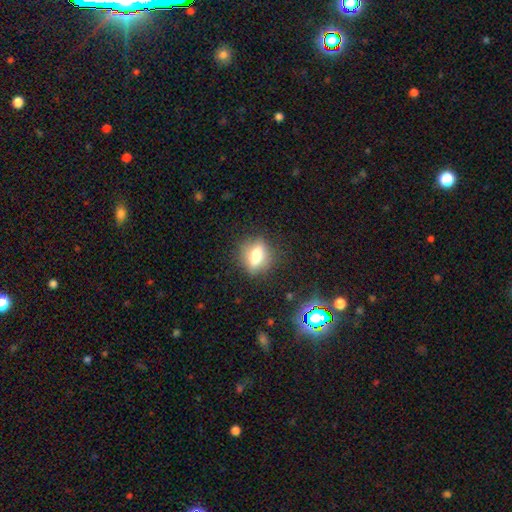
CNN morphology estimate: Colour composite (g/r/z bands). It shows a smooth galaxy with no disk features (65%) that is in between round and cigar-shaped (60%). Merging: none (81%).